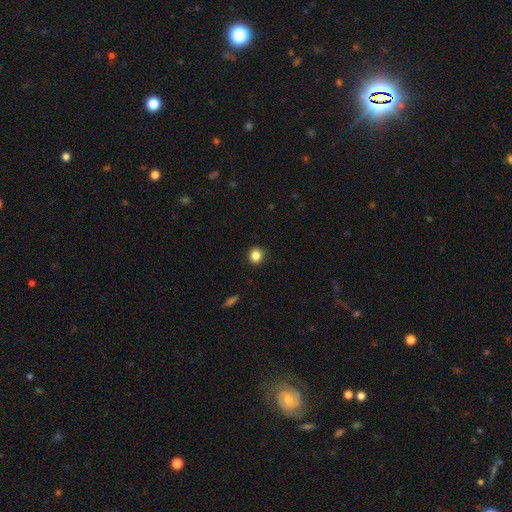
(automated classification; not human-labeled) Smooth or featured?
  - smooth: 85% *
  - star or artifact: 11%
  - featured or disk: 4%
How rounded?
  - round: 89% *
  - in between: 10%
  - cigar-shaped: 1%
Merging?
  - none: 91% *
  - minor disturbance: 7%
  - major disturbance: 2%
  - merger: 1%